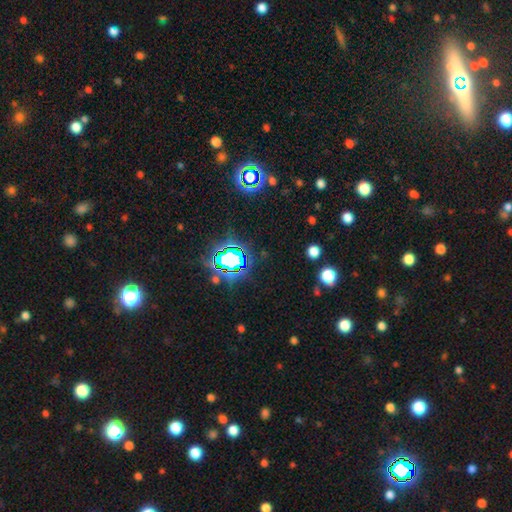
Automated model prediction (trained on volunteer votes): Q: Smooth or featured?
A: star or artifact (80%); runner-up: smooth (12%)